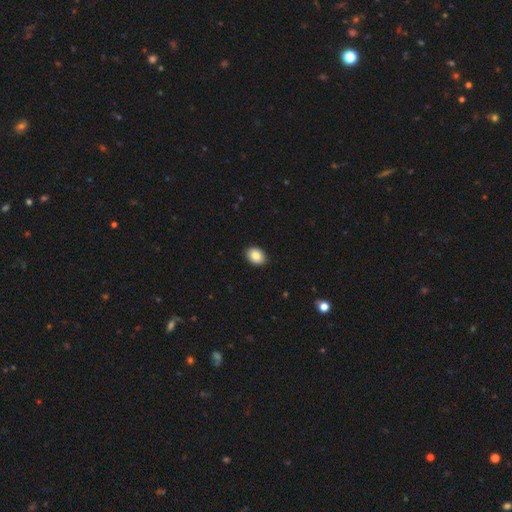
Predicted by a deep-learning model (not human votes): Q: Smooth or featured?
A: smooth (84%); runner-up: star or artifact (8%)
Q: How rounded?
A: in between (75%); runner-up: round (24%)
Q: Merging?
A: none (90%); runner-up: minor disturbance (7%)